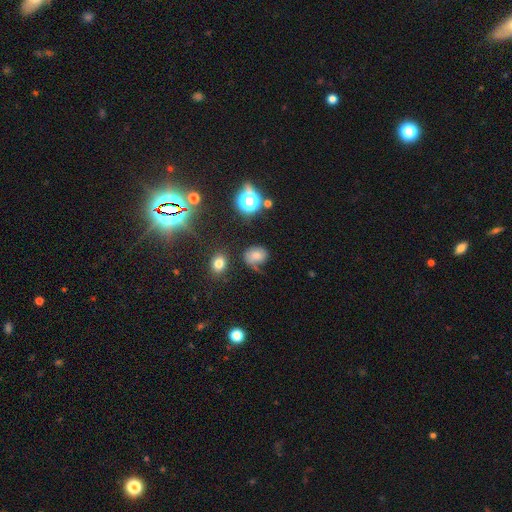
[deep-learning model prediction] Smooth or featured? smooth (57%)
How rounded? in between (49%, tied with round)
Merging? none (42%)